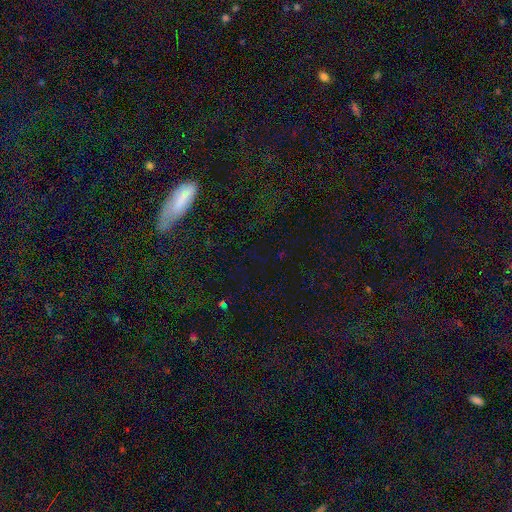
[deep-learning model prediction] This appears to be a star or artifact, not a galaxy (56%).